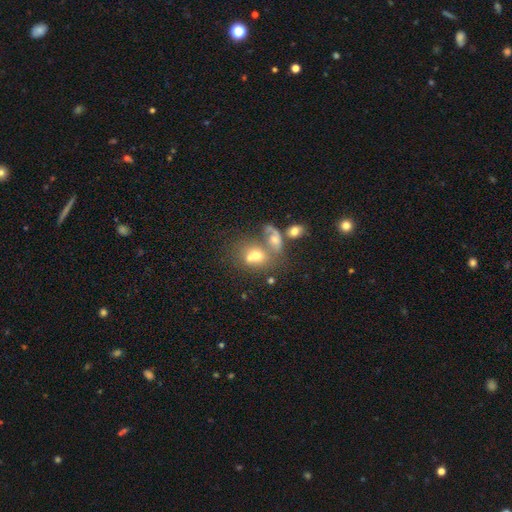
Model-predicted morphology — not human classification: smooth-or-featured: smooth: 58% | featured or disk: 26% | star or artifact: 15%
  how-rounded: round: 51% | in between: 47% | cigar-shaped: 2%
  merging: merger: 60% | none: 23% | major disturbance: 9% | minor disturbance: 8%